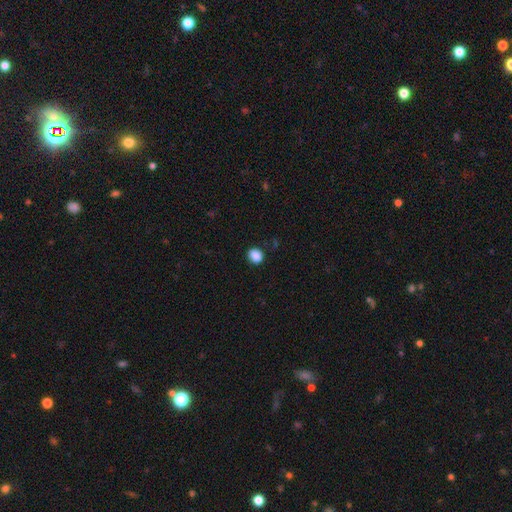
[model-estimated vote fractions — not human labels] Overall: smooth (87%). How rounded: round (62%; in between 37%). Merging: none (81%).